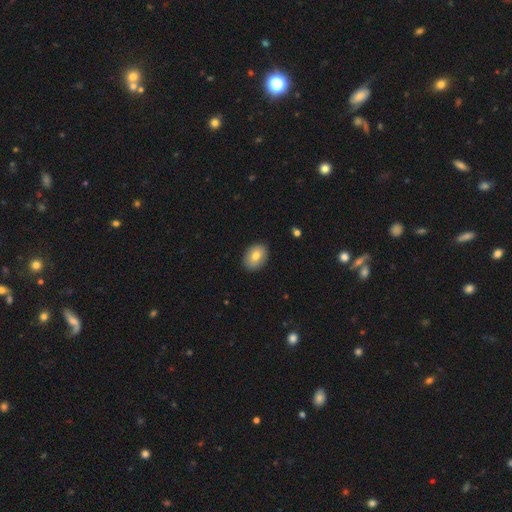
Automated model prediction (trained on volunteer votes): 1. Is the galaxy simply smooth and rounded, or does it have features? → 79% smooth, 14% featured or disk, 8% star or artifact.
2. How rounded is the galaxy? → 75% in between, 24% round, 1% cigar-shaped.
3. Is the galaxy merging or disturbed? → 88% none, 9% minor disturbance, 2% major disturbance, 1% merger.